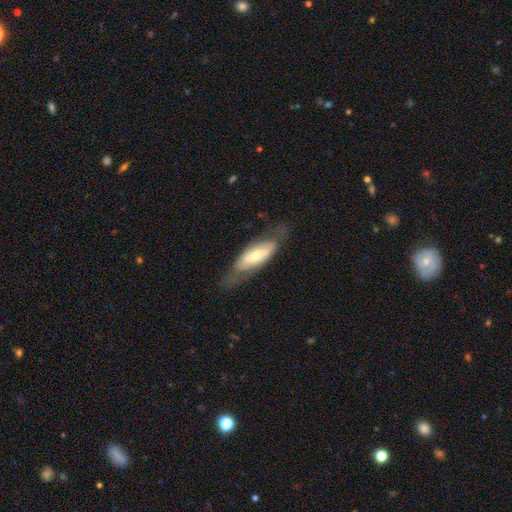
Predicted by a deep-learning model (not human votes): Smooth or featured? Predicted: featured or disk (p=0.50). Edge-on disk? Predicted: no (p=0.67). Merging? Predicted: none (p=0.60).